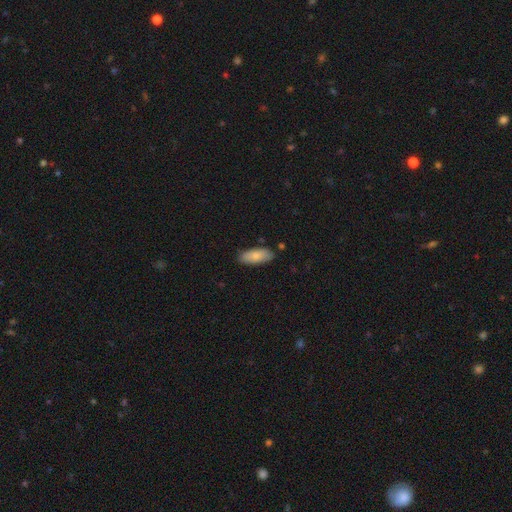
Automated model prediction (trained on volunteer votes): Q: Smooth or featured?
A: smooth (81%); runner-up: featured or disk (13%)
Q: How rounded?
A: in between (82%); runner-up: cigar-shaped (16%)
Q: Merging?
A: none (84%); runner-up: minor disturbance (12%)